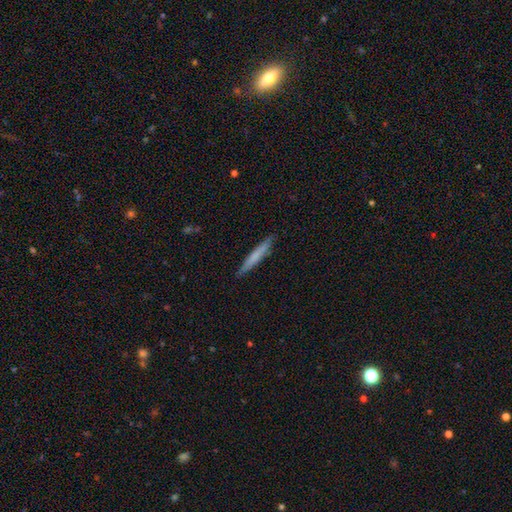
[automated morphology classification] Q: Smooth or featured?
A: smooth (65%); runner-up: featured or disk (29%)
Q: How rounded?
A: cigar-shaped (96%); runner-up: in between (3%)
Q: Merging?
A: none (90%); runner-up: minor disturbance (8%)